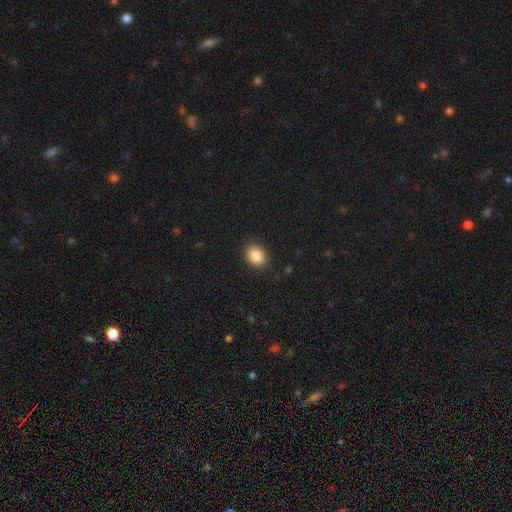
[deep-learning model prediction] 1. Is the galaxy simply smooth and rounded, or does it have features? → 87% smooth, 9% star or artifact, 4% featured or disk.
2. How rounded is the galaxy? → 52% in between, 47% round, 1% cigar-shaped.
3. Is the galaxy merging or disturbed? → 88% none, 8% minor disturbance, 2% major disturbance, 1% merger.